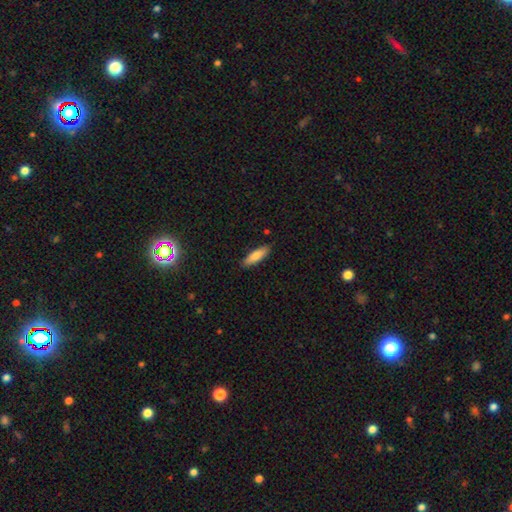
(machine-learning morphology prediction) Overall: smooth (76%). How rounded: cigar-shaped (57%; in between 41%). Merging: none (88%).